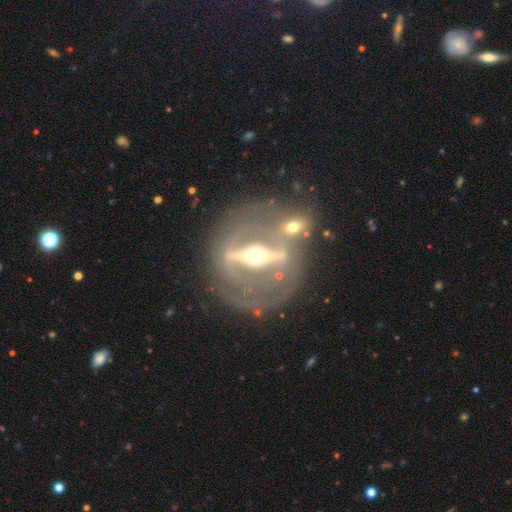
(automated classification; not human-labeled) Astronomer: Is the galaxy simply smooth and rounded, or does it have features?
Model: featured or disk — 84%.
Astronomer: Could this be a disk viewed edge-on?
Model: no — 69%.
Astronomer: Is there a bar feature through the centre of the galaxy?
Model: strong — 80%.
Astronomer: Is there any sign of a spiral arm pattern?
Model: no — 67%.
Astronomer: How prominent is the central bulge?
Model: moderate — 63%.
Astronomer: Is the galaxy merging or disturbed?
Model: none — 61%.